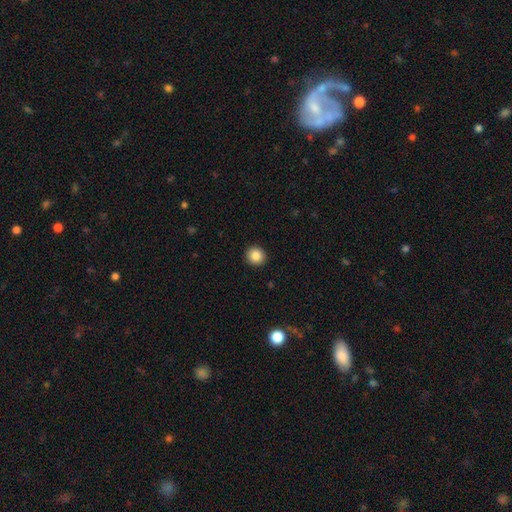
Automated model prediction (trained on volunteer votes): This appears to be a smooth galaxy with no disk features (86%) that is round (92%). Merging: none (93%).